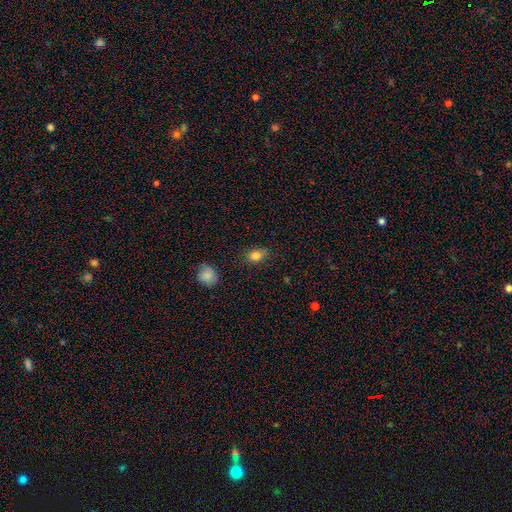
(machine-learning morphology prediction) The model was most divided on "how rounded": in between: 64%, round: 35%, cigar-shaped: 1%. More confident: smooth or featured — smooth (84%); merging — none (81%).